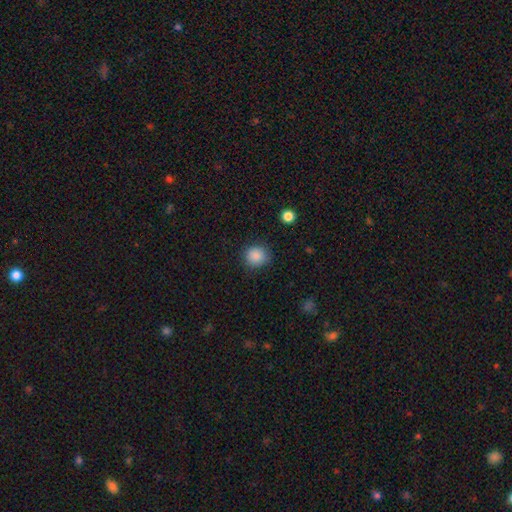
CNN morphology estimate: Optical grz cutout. It shows a smooth galaxy with no disk features (87%) that is round (87%). Merging: none (85%).